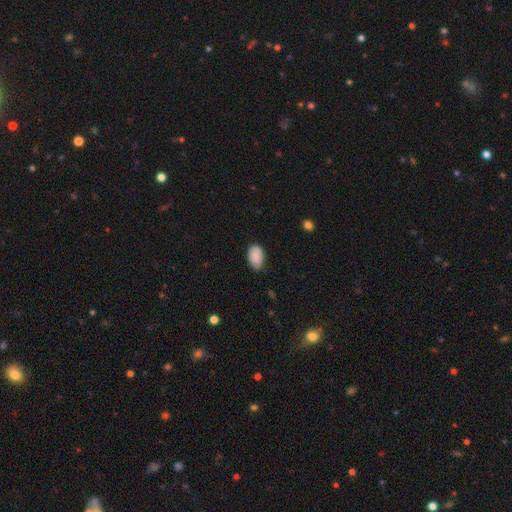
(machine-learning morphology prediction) smooth-or-featured: smooth: 88% | star or artifact: 7% | featured or disk: 5%
  how-rounded: in between: 90% | round: 9% | cigar-shaped: 1%
  merging: none: 62% | minor disturbance: 32% | major disturbance: 4% | merger: 1%